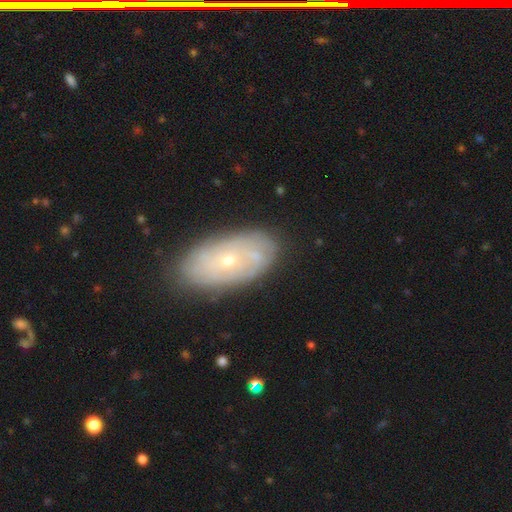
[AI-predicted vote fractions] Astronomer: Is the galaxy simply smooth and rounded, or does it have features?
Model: featured or disk — 61%.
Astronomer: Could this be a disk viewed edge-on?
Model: no — 92%.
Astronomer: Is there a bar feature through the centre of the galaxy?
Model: no — 84%.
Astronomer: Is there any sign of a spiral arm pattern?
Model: yes — 64%.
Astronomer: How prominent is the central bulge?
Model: small — 66%.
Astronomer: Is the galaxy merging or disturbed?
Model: none — 76%.